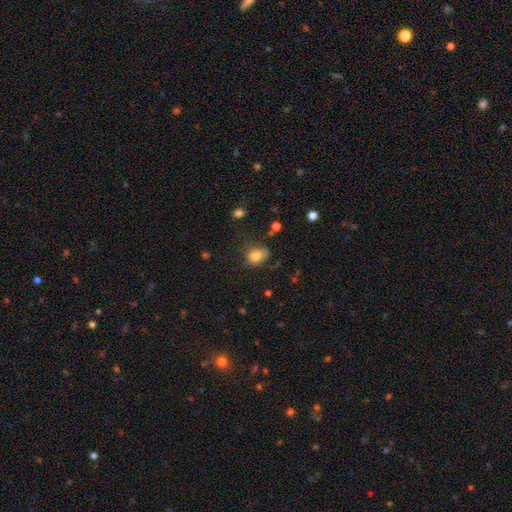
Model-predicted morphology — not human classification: Smooth or featured? Predicted: smooth (p=0.81). How rounded? Predicted: in between (p=0.59). Merging? Predicted: none (p=0.53).